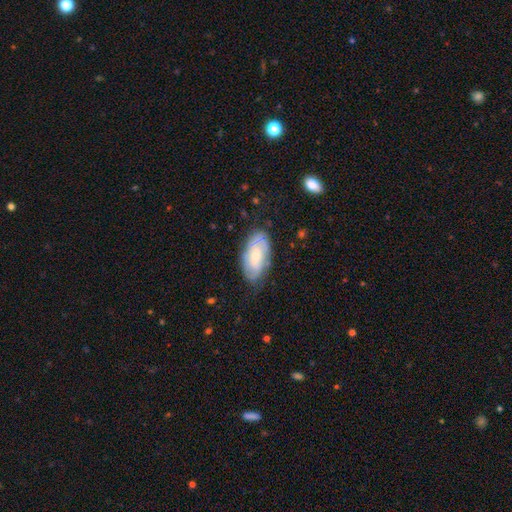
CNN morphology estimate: This appears to be a featured or disk galaxy (59%) with no bar (66%), spiral arms (82%) and a small central bulge (47%). Merging: none (70%).